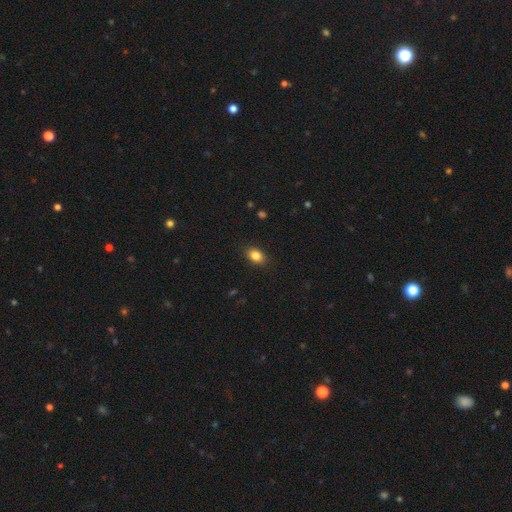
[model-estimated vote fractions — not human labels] smooth-or-featured: smooth: 84% | star or artifact: 9% | featured or disk: 7%
  how-rounded: in between: 76% | round: 22% | cigar-shaped: 2%
  merging: none: 87% | minor disturbance: 9% | major disturbance: 2% | merger: 1%